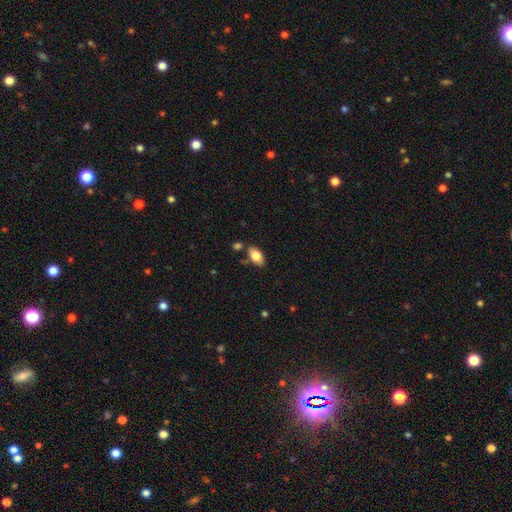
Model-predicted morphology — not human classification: Smooth or featured: smooth — 82% (featured or disk — 11%)
How rounded: in between — 93% (round — 4%)
Merging: none — 75% (minor disturbance — 14%)